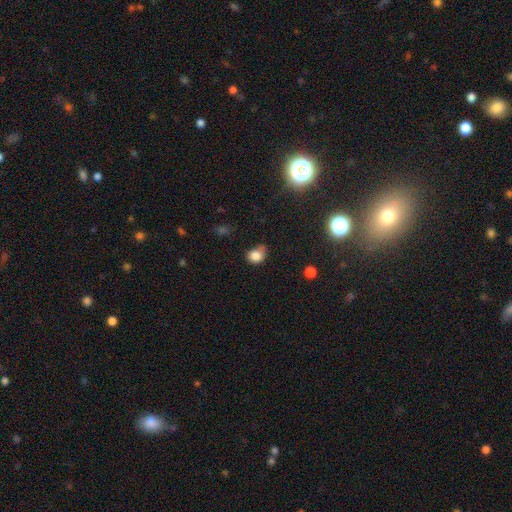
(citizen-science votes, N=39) Smooth or featured?
  - smooth: 87% *
  - star or artifact: 10%
  - featured or disk: 3%
How rounded?
  - round: 71% *
  - in between: 29%
  - cigar-shaped: 0%
Merging?
  - none: 74% *
  - minor disturbance: 17%
  - major disturbance: 6%
  - merger: 3%